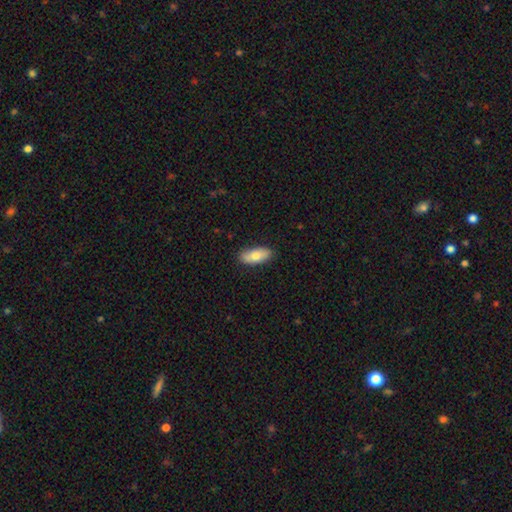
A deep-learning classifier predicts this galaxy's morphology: Q: Smooth or featured?
A: smooth (76%); runner-up: featured or disk (18%)
Q: How rounded?
A: in between (84%); runner-up: cigar-shaped (13%)
Q: Merging?
A: none (87%); runner-up: minor disturbance (10%)